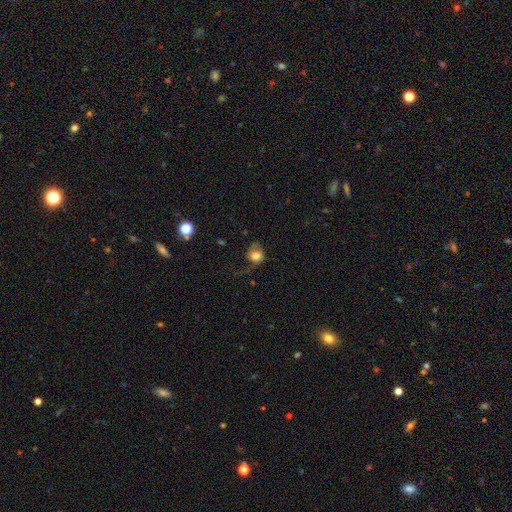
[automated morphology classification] Smooth or featured? smooth (65%)
How rounded? round (69%)
Merging? major disturbance (37%)